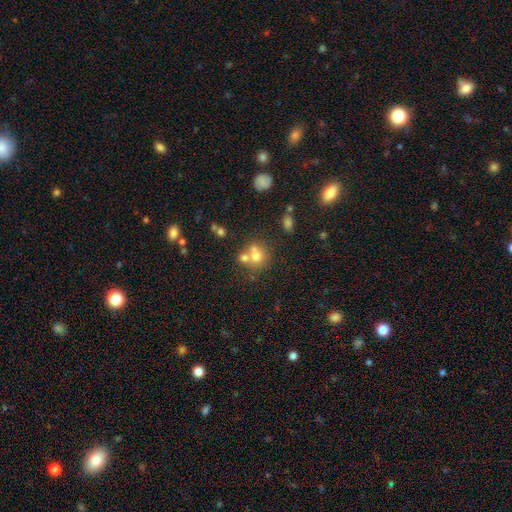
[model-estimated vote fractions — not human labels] Smooth or featured? smooth (65%)
How rounded? round (76%)
Merging? merger (48%)